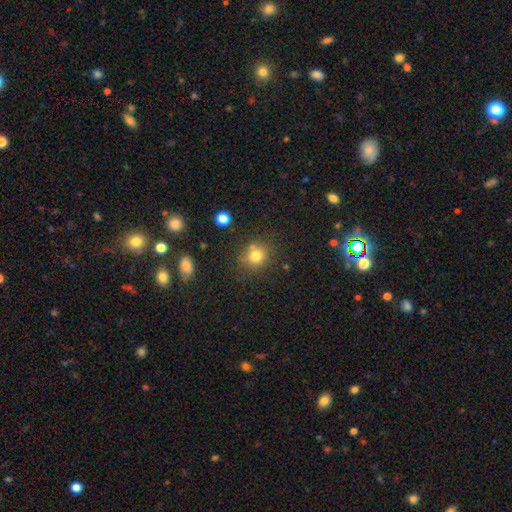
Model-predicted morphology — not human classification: This appears to be a smooth galaxy with no disk features (78%) that is round (79%). Merging: none (73%).